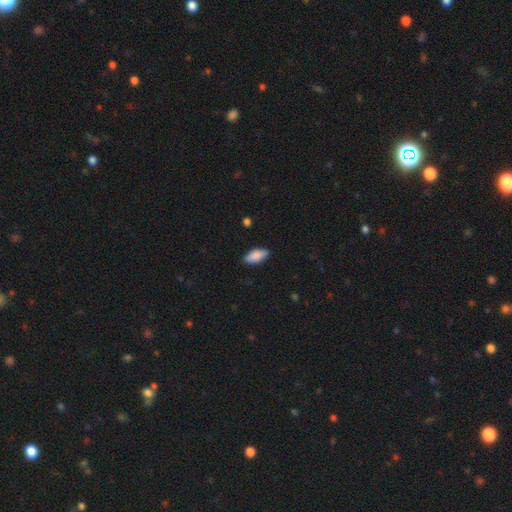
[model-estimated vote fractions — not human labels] This is clearly a smooth galaxy (86%). How rounded: clearly in between (88%). Merging: clearly none (86%).